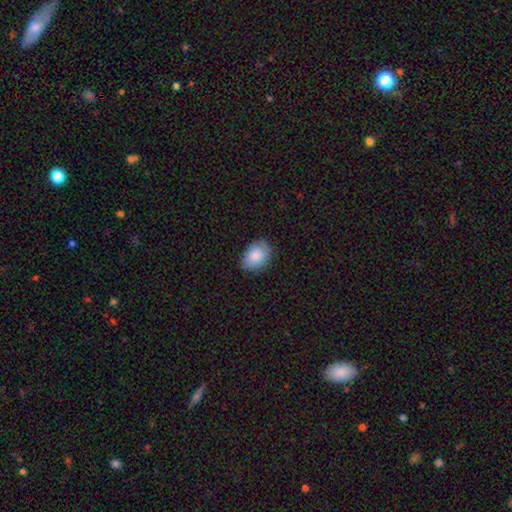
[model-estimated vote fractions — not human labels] Q: Smooth or featured?
A: smooth (84%); runner-up: featured or disk (9%)
Q: How rounded?
A: in between (78%); runner-up: round (21%)
Q: Merging?
A: none (82%); runner-up: minor disturbance (14%)